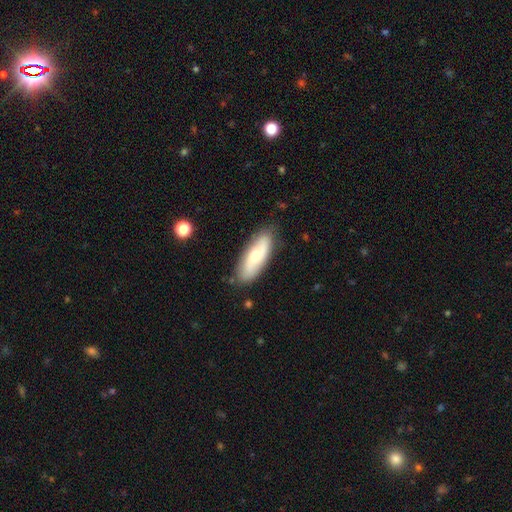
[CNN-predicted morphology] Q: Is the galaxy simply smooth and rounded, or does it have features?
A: smooth — 56%.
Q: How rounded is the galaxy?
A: in between — 63%.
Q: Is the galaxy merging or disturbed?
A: none — 83%.